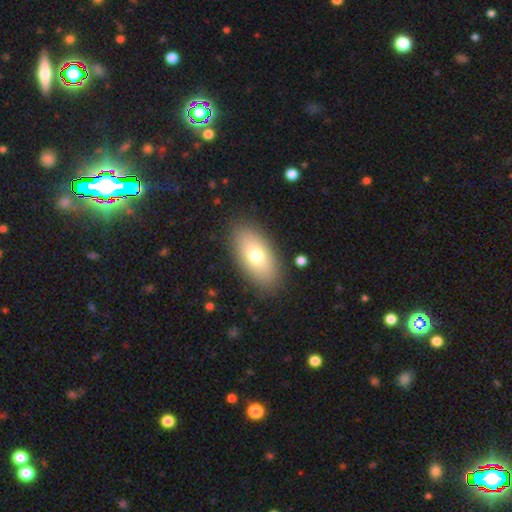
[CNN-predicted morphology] A smooth galaxy with no disk features (71%) that is in between round and cigar-shaped (90%). Merging: none (87%).